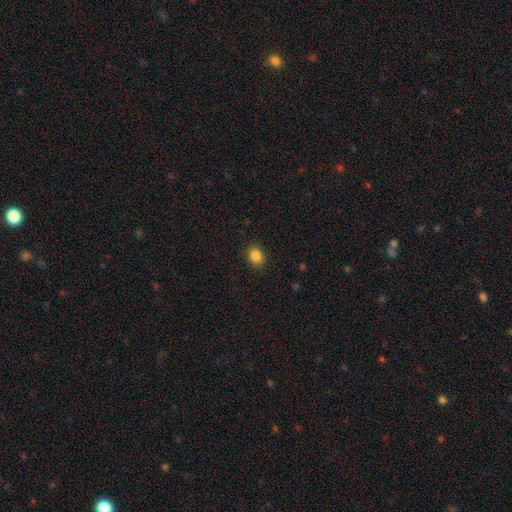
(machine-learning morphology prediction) Smooth or featured? smooth (86%)
How rounded? in between (58%)
Merging? none (89%)